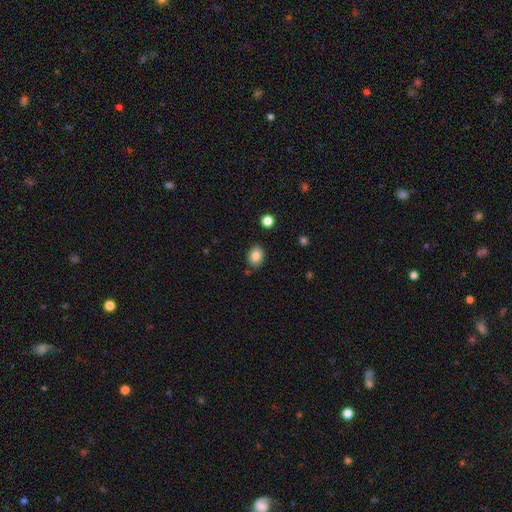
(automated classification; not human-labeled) smooth 85%, star or artifact 9%, featured or disk 6%. Down the decision tree: how rounded — in between (59%); merging — none (82%).